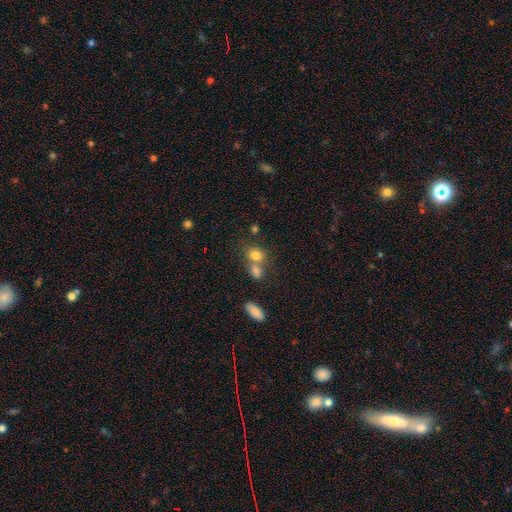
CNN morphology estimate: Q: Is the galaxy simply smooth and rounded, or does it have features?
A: smooth — 79%.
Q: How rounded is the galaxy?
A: round — 54%.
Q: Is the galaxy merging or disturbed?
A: none — 44%.